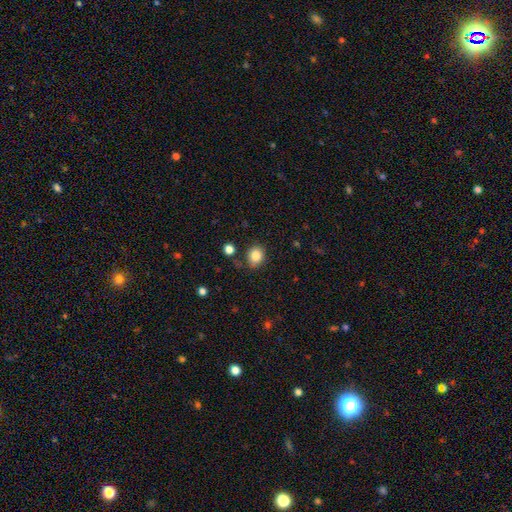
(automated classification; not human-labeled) A smooth galaxy with no disk features (84%) that is round (71%).

Vote fractions:
- Smooth or featured? smooth: 84% / star or artifact: 11% / featured or disk: 6%
- How rounded? round: 71% / in between: 28% / cigar-shaped: 1%
- Merging? none: 78% / minor disturbance: 14% / major disturbance: 4% / merger: 4%